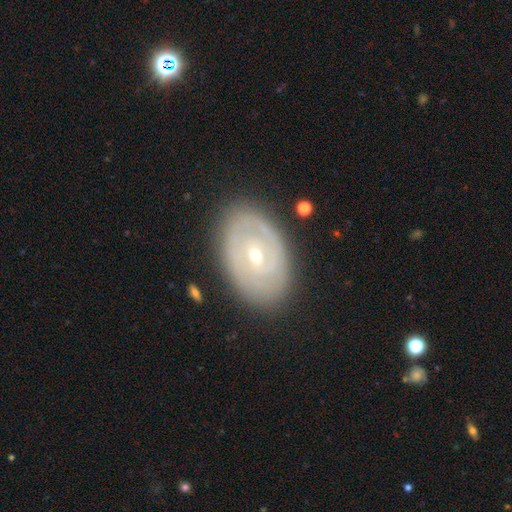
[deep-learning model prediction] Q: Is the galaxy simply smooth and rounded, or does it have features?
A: featured or disk — 72%.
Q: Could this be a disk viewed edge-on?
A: no — 94%.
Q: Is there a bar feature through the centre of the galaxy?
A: no — 57%.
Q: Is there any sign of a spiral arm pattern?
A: yes — 57%.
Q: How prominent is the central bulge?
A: small — 60%.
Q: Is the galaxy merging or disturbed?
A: none — 82%.